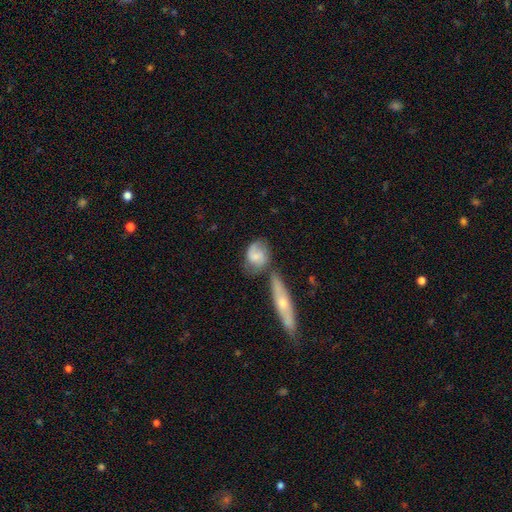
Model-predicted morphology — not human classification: A smooth galaxy with no disk features (52%) that is in between round and cigar-shaped (50%).

Vote fractions:
- Smooth or featured? smooth: 52% / featured or disk: 41% / star or artifact: 7%
- How rounded? in between: 50% / round: 46% / cigar-shaped: 4%
- Merging? none: 44% / merger: 24% / minor disturbance: 22% / major disturbance: 10%